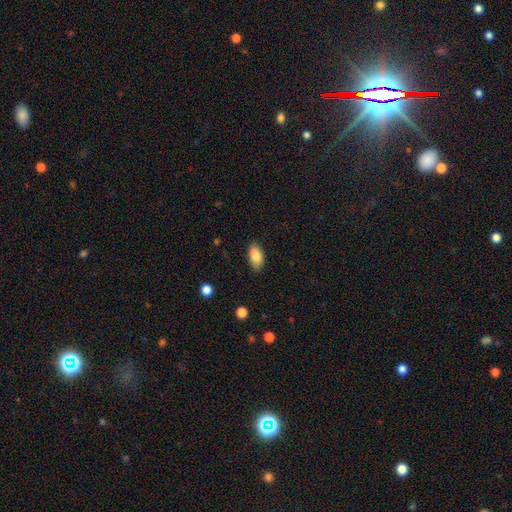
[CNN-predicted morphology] Smooth or featured? Predicted: smooth (p=0.86). How rounded? Predicted: in between (p=0.92). Merging? Predicted: none (p=0.84).